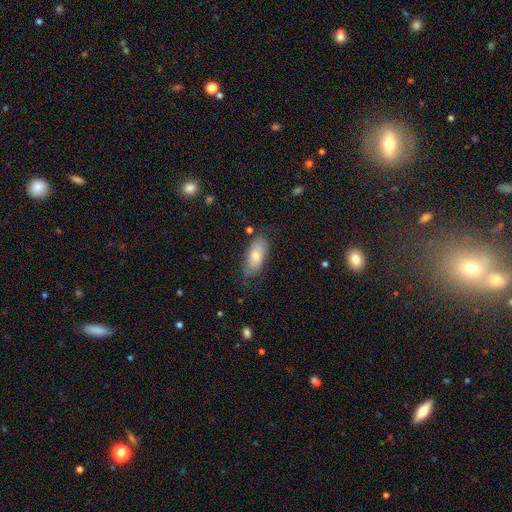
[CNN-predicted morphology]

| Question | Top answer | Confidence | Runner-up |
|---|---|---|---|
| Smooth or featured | smooth | 68% | featured or disk (26%) |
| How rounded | in between | 90% | cigar-shaped (7%) |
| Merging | none | 69% | minor disturbance (23%) |